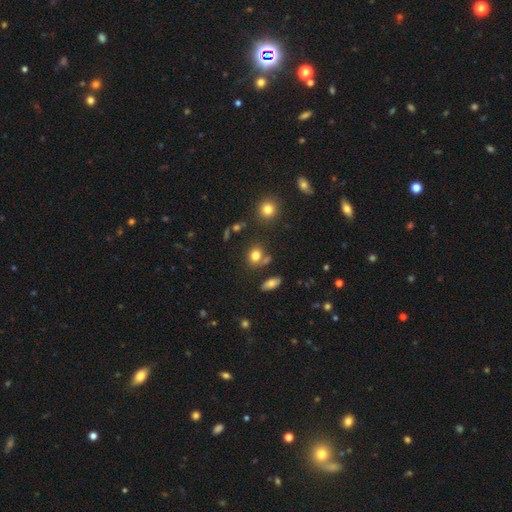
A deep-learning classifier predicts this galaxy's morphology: Smooth or featured?
  - smooth: 78% *
  - star or artifact: 13%
  - featured or disk: 9%
How rounded?
  - round: 58% *
  - in between: 40%
  - cigar-shaped: 2%
Merging?
  - none: 69% *
  - merger: 14%
  - minor disturbance: 13%
  - major disturbance: 4%